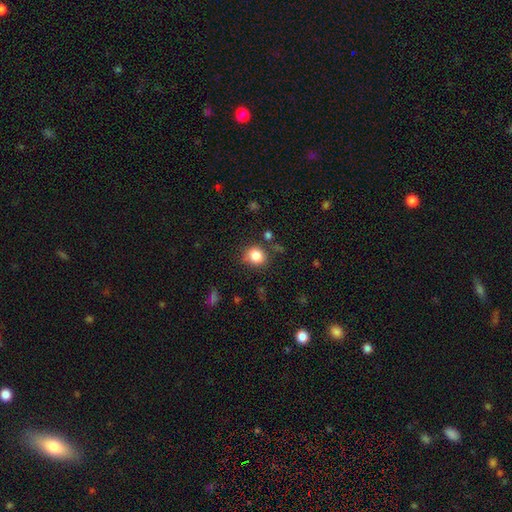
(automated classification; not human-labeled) Smooth or featured? Predicted: smooth (p=0.84). How rounded? Predicted: round (p=0.75). Merging? Predicted: none (p=0.79).